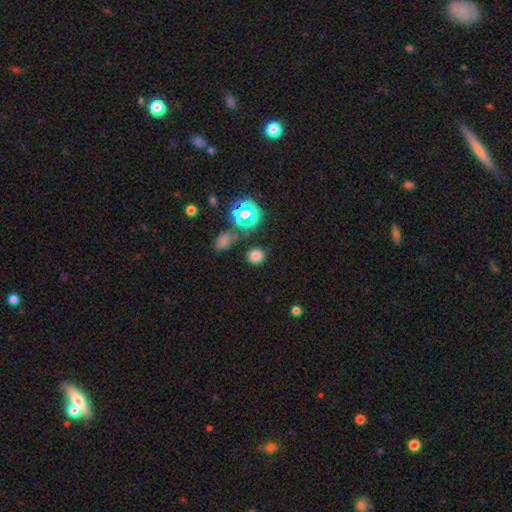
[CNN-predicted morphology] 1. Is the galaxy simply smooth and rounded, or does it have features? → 74% smooth, 21% star or artifact, 5% featured or disk.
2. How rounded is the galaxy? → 77% round, 22% in between, 1% cigar-shaped.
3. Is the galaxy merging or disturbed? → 85% none, 8% minor disturbance, 4% merger, 3% major disturbance.